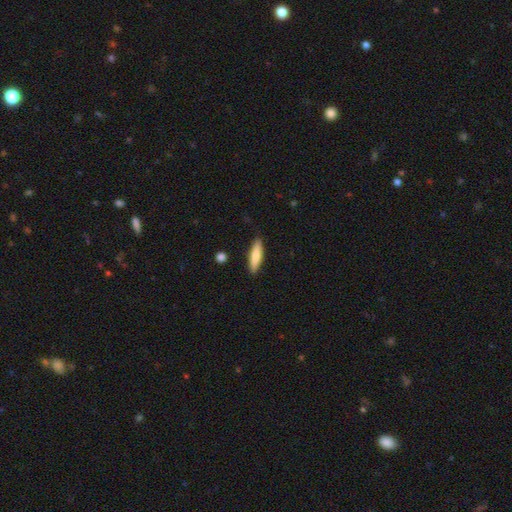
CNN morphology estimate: The model was most divided on "how rounded": cigar-shaped: 75%, in between: 24%, round: 2%. More confident: merging — none (88%); smooth or featured — smooth (77%).